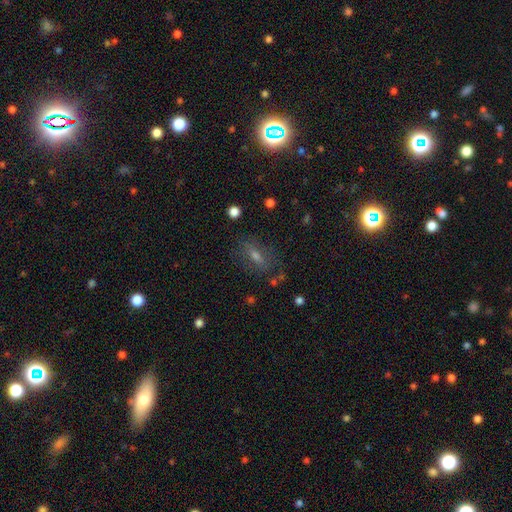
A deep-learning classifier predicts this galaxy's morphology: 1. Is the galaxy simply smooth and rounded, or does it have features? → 40% smooth, 31% star or artifact, 29% featured or disk.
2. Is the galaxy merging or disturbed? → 72% none, 16% minor disturbance, 9% major disturbance, 3% merger.